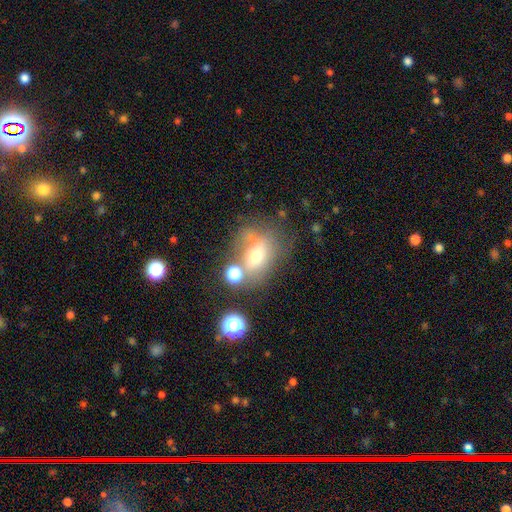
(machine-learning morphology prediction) This appears to be a smooth galaxy with no disk features (49%). Merging: none (40%).